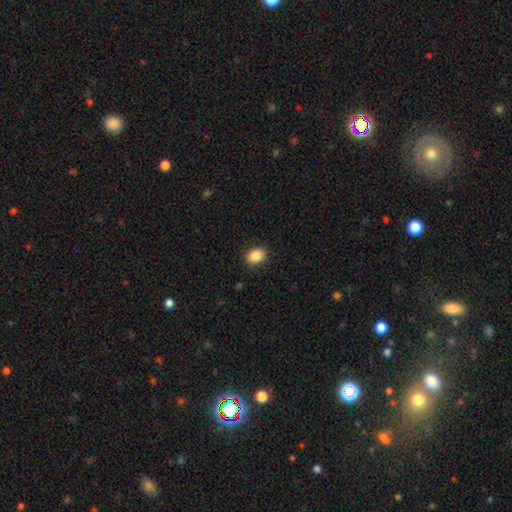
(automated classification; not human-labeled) Smooth or featured?
  - smooth: 88% *
  - star or artifact: 8%
  - featured or disk: 3%
How rounded?
  - in between: 57% *
  - round: 42%
  - cigar-shaped: 1%
Merging?
  - none: 88% *
  - minor disturbance: 9%
  - major disturbance: 2%
  - merger: 1%